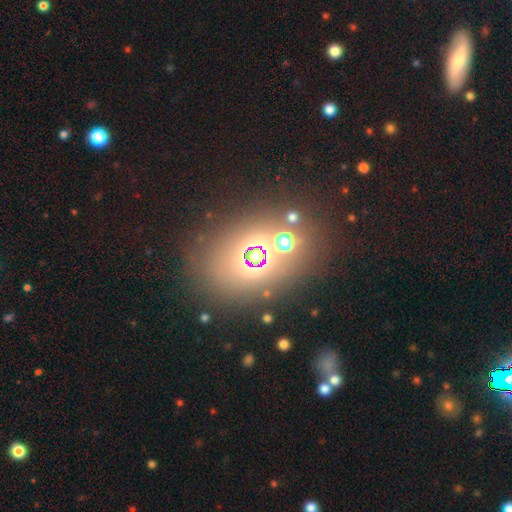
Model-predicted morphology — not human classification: This appears to be a star or artifact, not a galaxy (51%).